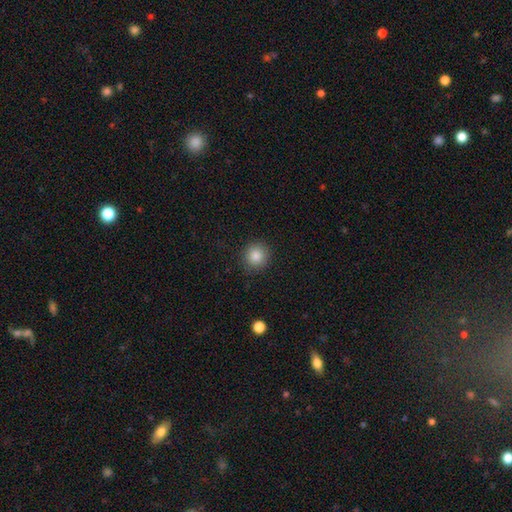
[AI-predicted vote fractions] Smooth or featured? smooth (86%)
How rounded? round (92%)
Merging? none (88%)